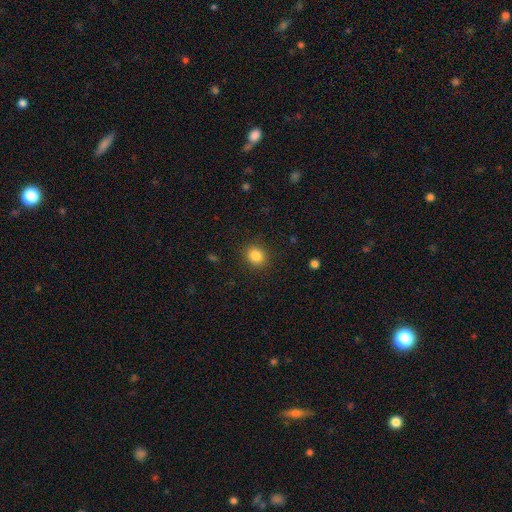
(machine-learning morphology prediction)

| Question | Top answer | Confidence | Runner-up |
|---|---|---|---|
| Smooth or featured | smooth | 85% | star or artifact (10%) |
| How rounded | round | 80% | in between (19%) |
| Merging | none | 90% | minor disturbance (7%) |